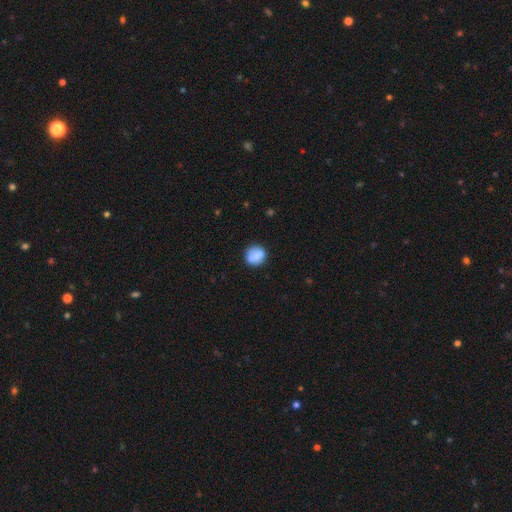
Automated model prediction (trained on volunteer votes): The model was most divided on "merging": none: 72%, minor disturbance: 17%, merger: 5%, major disturbance: 5%. More confident: how rounded — round (83%); smooth or featured — smooth (81%).